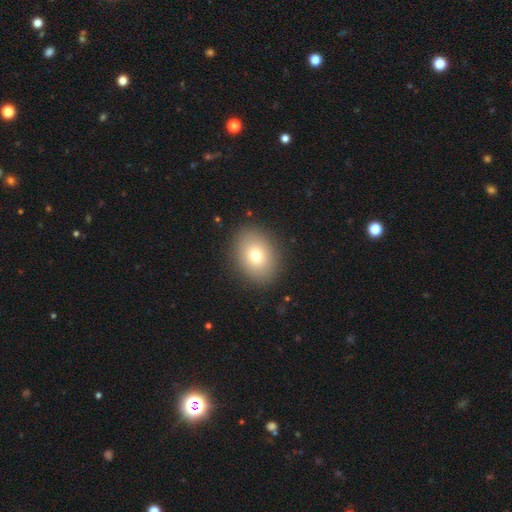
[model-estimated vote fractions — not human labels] Morphology: type=smooth (76%); roundness=in between (62%); merging=none (89%).